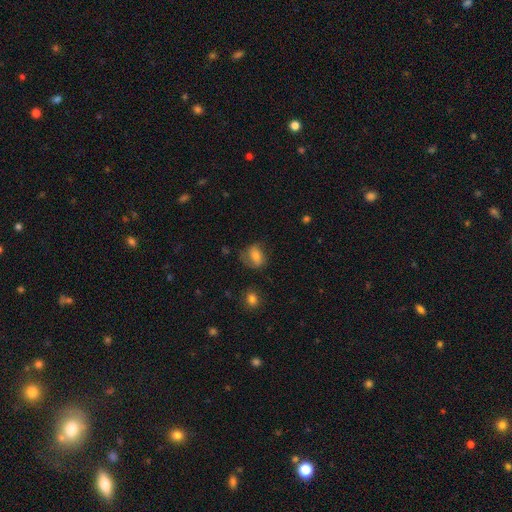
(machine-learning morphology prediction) A smooth galaxy with no disk features (65%) that is in between round and cigar-shaped (63%). Merging: none (57%).